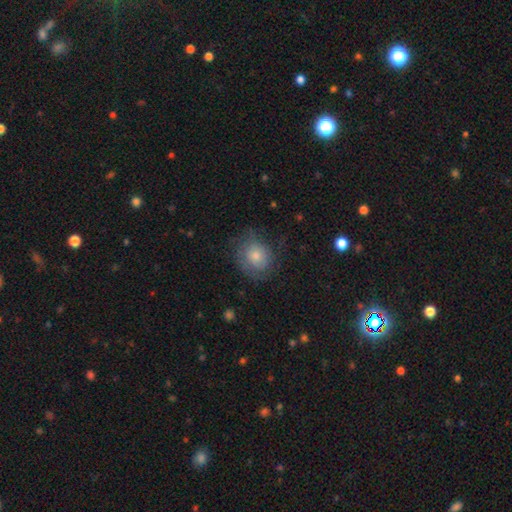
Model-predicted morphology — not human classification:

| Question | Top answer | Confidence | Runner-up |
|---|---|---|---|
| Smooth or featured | smooth | 54% | featured or disk (34%) |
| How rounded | round | 78% | in between (21%) |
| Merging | none | 71% | minor disturbance (19%) |